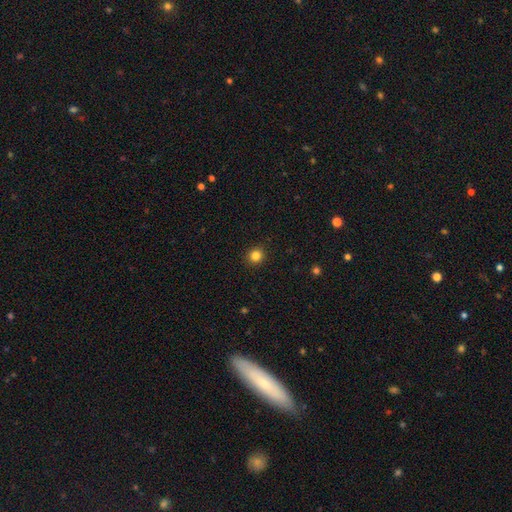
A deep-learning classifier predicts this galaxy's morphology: This appears to be a smooth galaxy with no disk features (83%) that is round (92%). Merging: none (92%).